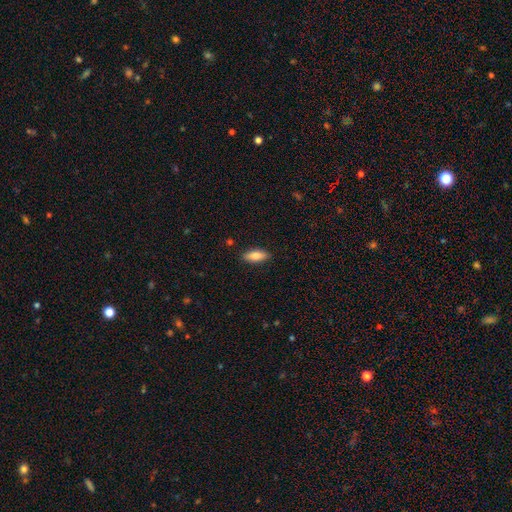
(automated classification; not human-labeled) Morphology: type=smooth (83%); roundness=in between (75%); merging=none (87%).